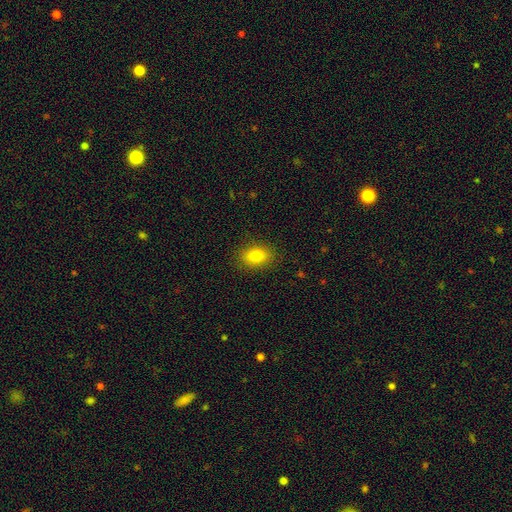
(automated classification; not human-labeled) A smooth galaxy with no disk features (81%) that is in between round and cigar-shaped (75%). Merging: none (88%).